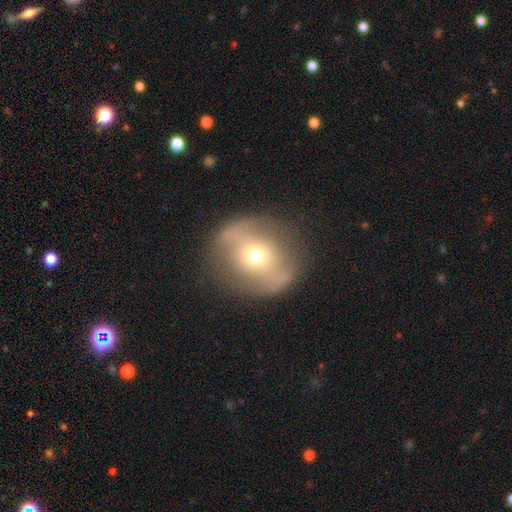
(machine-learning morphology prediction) A featured or disk galaxy (62%) with no bar (44%), no spiral arms (51%) and a moderate central bulge (50%). Merging: none (81%).